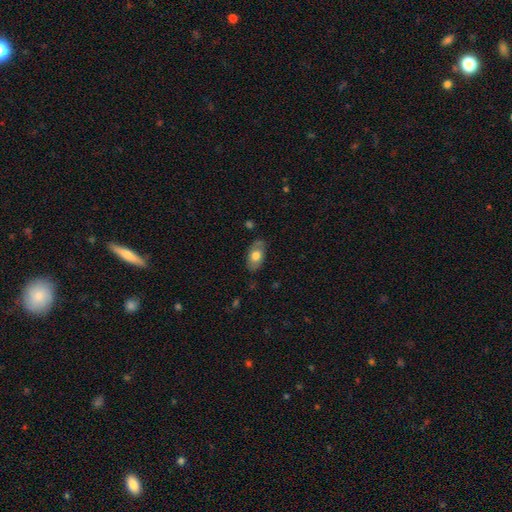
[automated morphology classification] This appears to be a smooth galaxy with no disk features (67%) that is in between round and cigar-shaped (92%). Merging: none (79%).